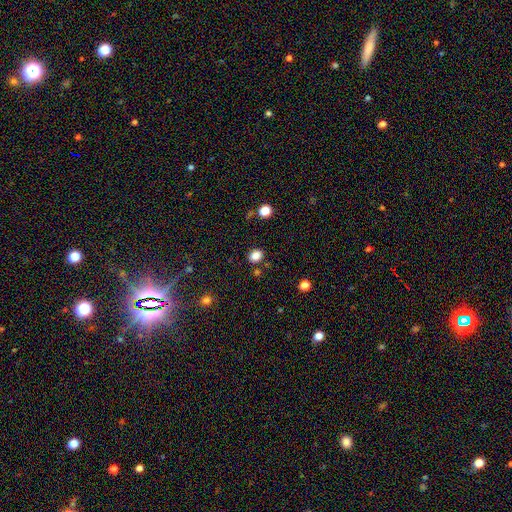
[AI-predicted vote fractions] Smooth or featured: smooth — 85% (star or artifact — 12%)
How rounded: in between — 51% (round — 48%)
Merging: none — 84% (minor disturbance — 9%)